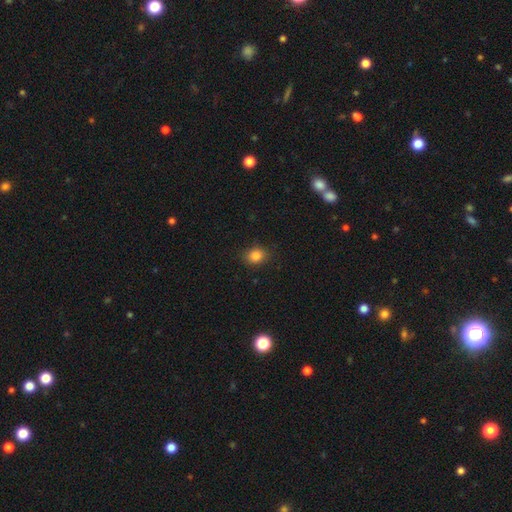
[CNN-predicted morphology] type=smooth (84%); roundness=round (56%); merging=none (86%).